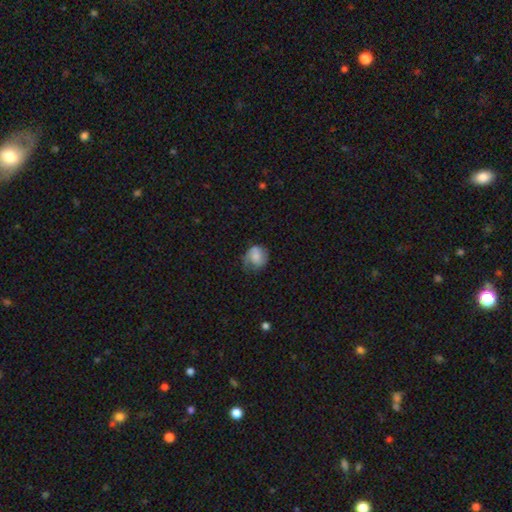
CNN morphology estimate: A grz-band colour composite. It shows a smooth galaxy with no disk features (65%) that is round (73%). Merging: none (50%).